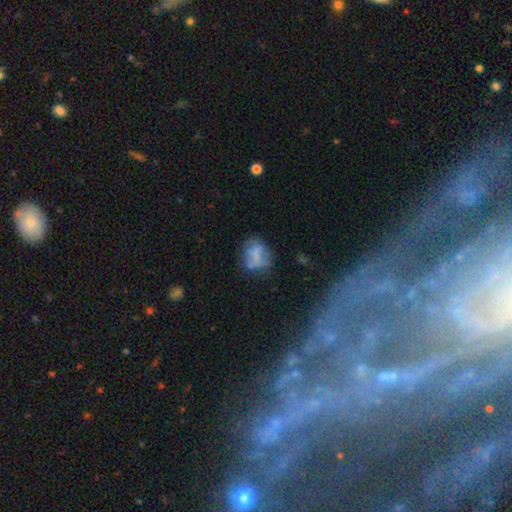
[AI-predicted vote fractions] Q: Smooth or featured?
A: smooth (57%); runner-up: featured or disk (32%)
Q: How rounded?
A: in between (53%); runner-up: round (45%)
Q: Merging?
A: none (52%); runner-up: minor disturbance (26%)